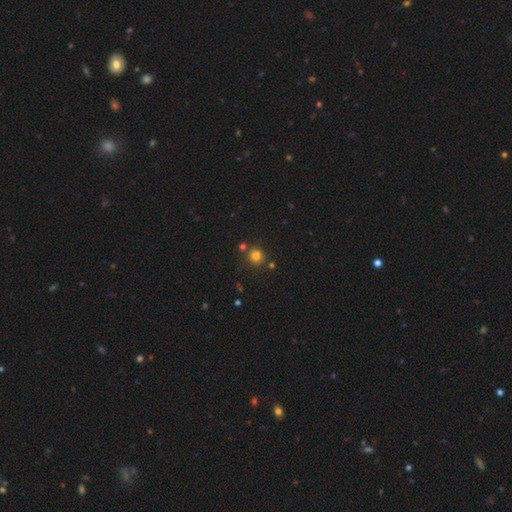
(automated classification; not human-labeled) smooth-or-featured: smooth: 79% | star or artifact: 16% | featured or disk: 5%
  how-rounded: round: 88% | in between: 11% | cigar-shaped: 1%
  merging: none: 77% | merger: 11% | minor disturbance: 9% | major disturbance: 3%